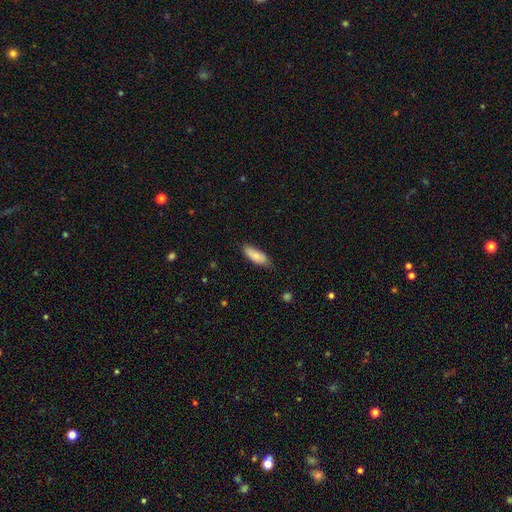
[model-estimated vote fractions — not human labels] Smooth or featured? smooth (81%)
How rounded? in between (74%)
Merging? none (76%)